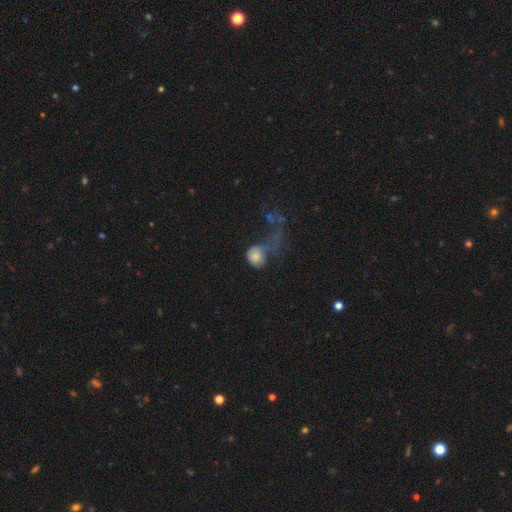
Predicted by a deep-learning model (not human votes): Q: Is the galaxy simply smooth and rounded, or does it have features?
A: smooth — 75%.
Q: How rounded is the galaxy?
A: round — 65%.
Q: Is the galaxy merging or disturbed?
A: major disturbance — 52%.